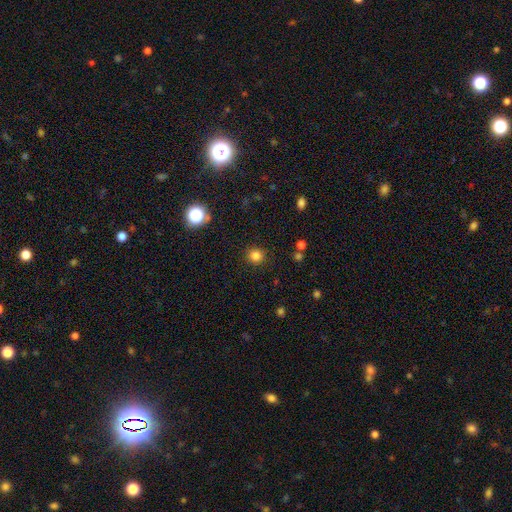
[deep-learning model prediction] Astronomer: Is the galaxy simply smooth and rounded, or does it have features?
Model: smooth — 82%.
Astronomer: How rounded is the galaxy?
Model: round — 89%.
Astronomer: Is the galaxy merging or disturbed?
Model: none — 89%.